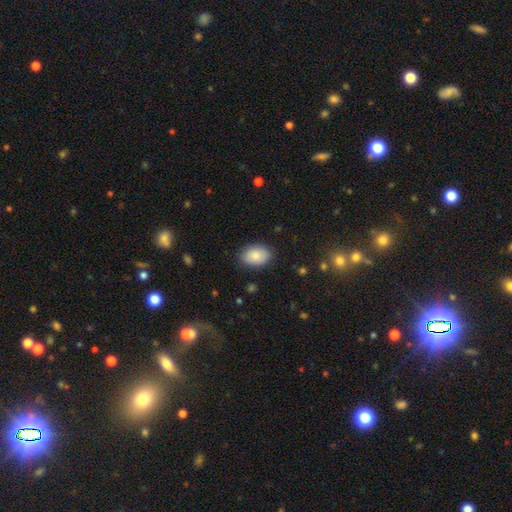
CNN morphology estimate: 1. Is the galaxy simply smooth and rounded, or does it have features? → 85% smooth, 8% featured or disk, 7% star or artifact.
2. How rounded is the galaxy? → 84% in between, 15% round, 1% cigar-shaped.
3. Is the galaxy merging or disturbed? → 86% none, 11% minor disturbance, 3% major disturbance, 1% merger.